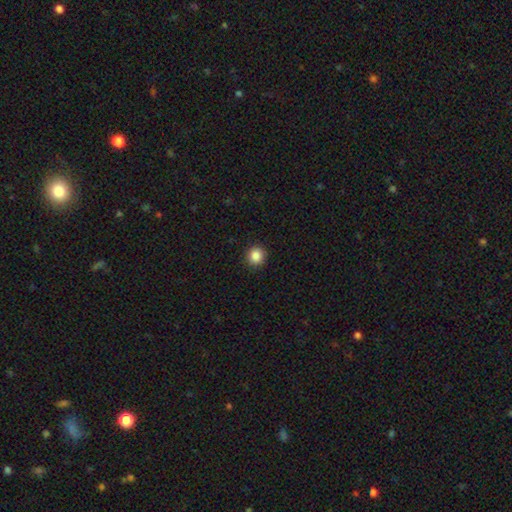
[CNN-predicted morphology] smooth 87%, star or artifact 10%, featured or disk 3%. Down the decision tree: how rounded — round (92%); merging — none (92%).